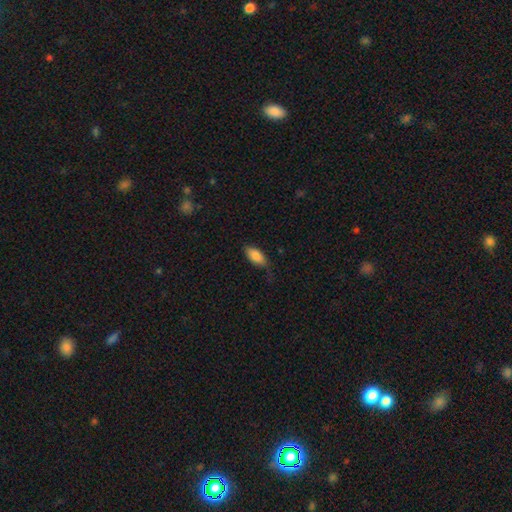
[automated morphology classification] Overall: smooth (85%). How rounded: in between (89%). Merging: none (74%).